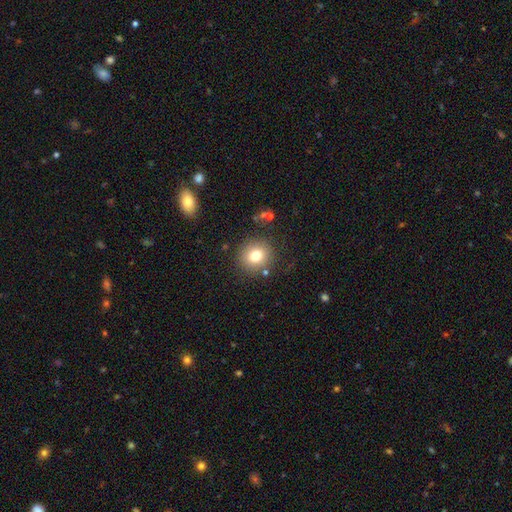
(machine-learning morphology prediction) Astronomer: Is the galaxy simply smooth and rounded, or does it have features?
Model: smooth — 77%.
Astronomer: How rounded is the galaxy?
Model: round — 87%.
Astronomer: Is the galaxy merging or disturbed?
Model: none — 85%.